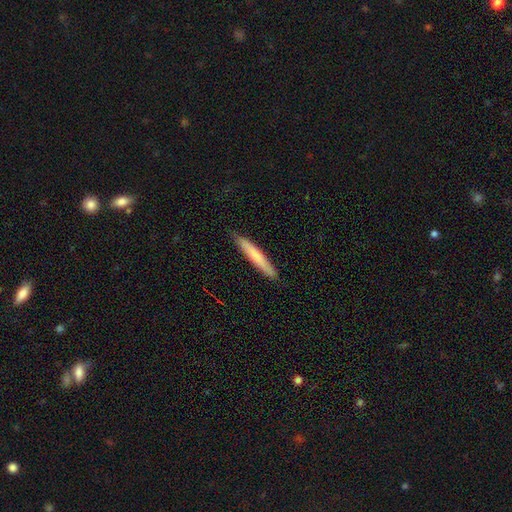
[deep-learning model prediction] The model was most divided on "smooth or featured": smooth: 71%, featured or disk: 23%, star or artifact: 6%. More confident: how rounded — cigar-shaped (95%); merging — none (87%).